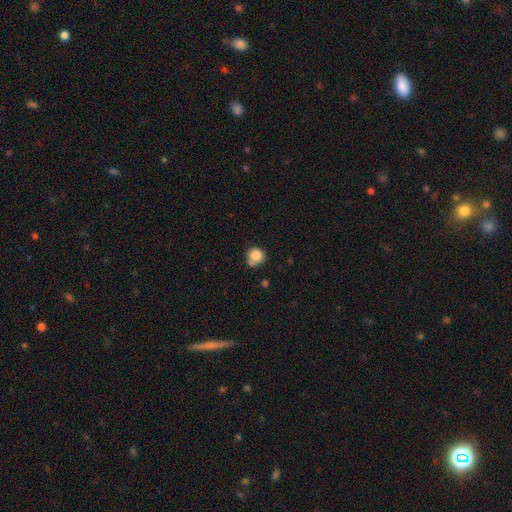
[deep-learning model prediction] smooth-or-featured: smooth: 84% | star or artifact: 10% | featured or disk: 6%
  how-rounded: round: 88% | in between: 11% | cigar-shaped: 1%
  merging: none: 57% | minor disturbance: 22% | merger: 15% | major disturbance: 6%